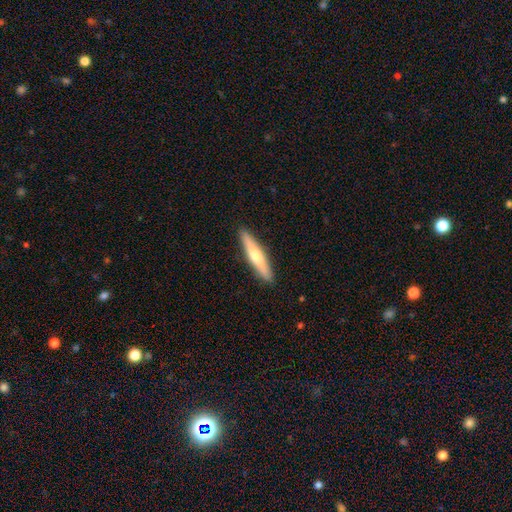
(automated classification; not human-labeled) The model was most divided on "smooth or featured": smooth: 54%, featured or disk: 40%, star or artifact: 5%. More confident: merging — none (91%); how rounded — cigar-shaped (89%).